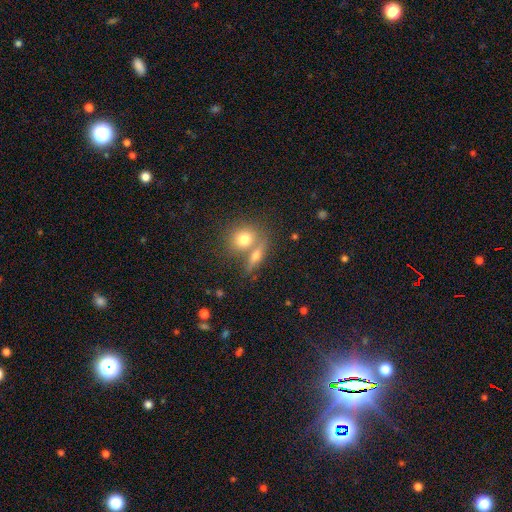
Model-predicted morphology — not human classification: smooth-or-featured: smooth: 56% | featured or disk: 34% | star or artifact: 10%
  how-rounded: in between: 42% | round: 33% | cigar-shaped: 25%
  merging: none: 52% | merger: 35% | minor disturbance: 9% | major disturbance: 4%